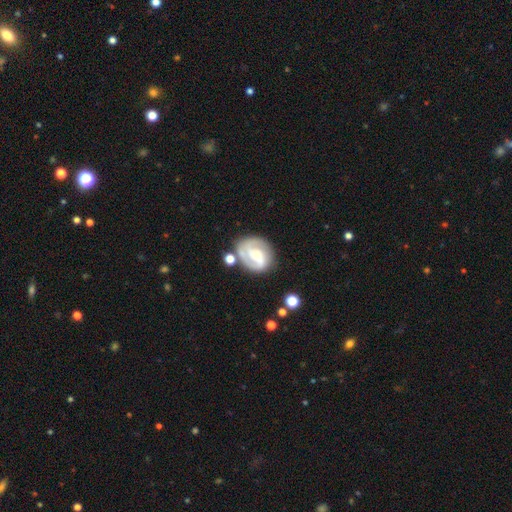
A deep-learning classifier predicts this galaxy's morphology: Q: Smooth or featured?
A: featured or disk (72%); runner-up: smooth (22%)
Q: Edge-on disk?
A: no (98%); runner-up: yes (2%)
Q: Bar?
A: weak (43%); runner-up: no (41%)
Q: Spiral arms?
A: yes (89%); runner-up: no (11%)
Q: Spiral winding?
A: tight (43%); runner-up: medium (40%)
Q: Spiral arm count?
A: 2 (52%); runner-up: can't tell (18%)
Q: Bulge size?
A: small (44%); runner-up: moderate (41%)
Q: Merging?
A: none (59%); runner-up: minor disturbance (20%)